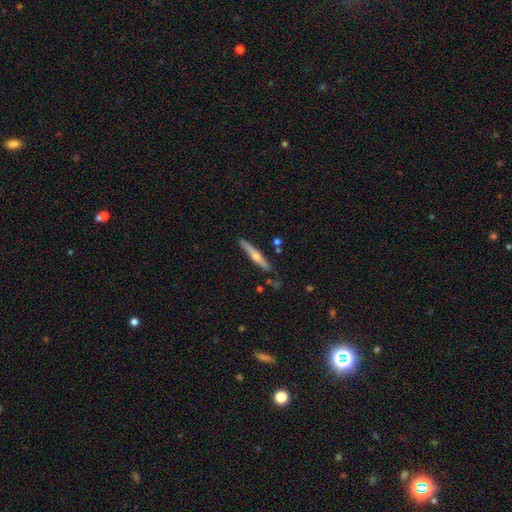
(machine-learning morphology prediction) Overall: featured or disk (64%; smooth 30%). Edge-on disk: yes (96%). Edge-on bulge: rounded (82%). Merging: none (84%).